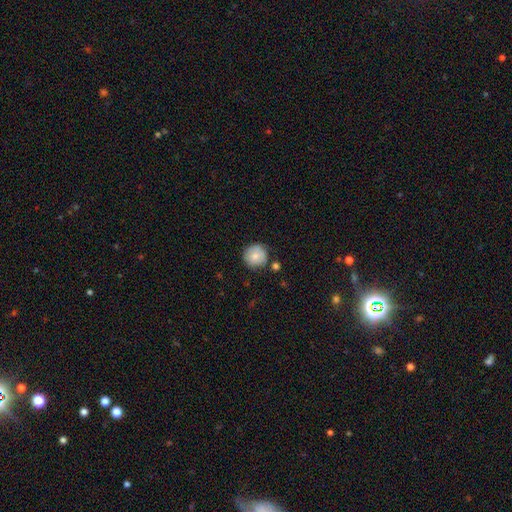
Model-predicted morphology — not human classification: This is likely a smooth galaxy (79%). How rounded: clearly round (93%). Merging: likely none (77%).